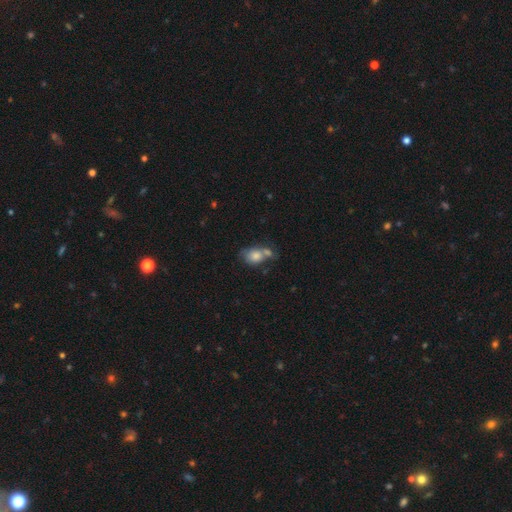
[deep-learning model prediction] Overall: smooth (78%). How rounded: in between (66%; round 32%). Merging: merger (45%; none 32%).